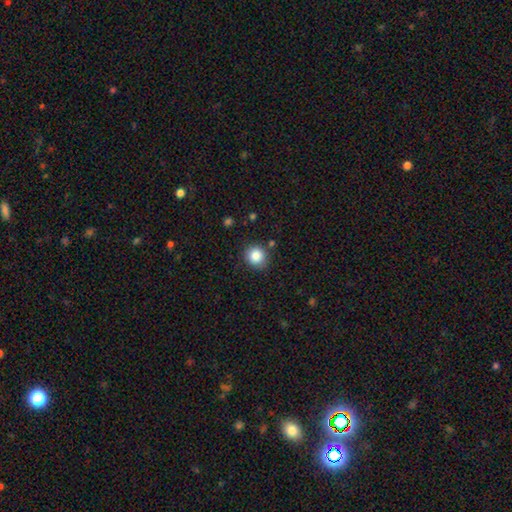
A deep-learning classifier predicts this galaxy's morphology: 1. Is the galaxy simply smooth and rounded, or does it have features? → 85% smooth, 10% star or artifact, 5% featured or disk.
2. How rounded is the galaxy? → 89% round, 10% in between, 1% cigar-shaped.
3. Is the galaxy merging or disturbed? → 84% none, 10% minor disturbance, 3% major disturbance, 3% merger.